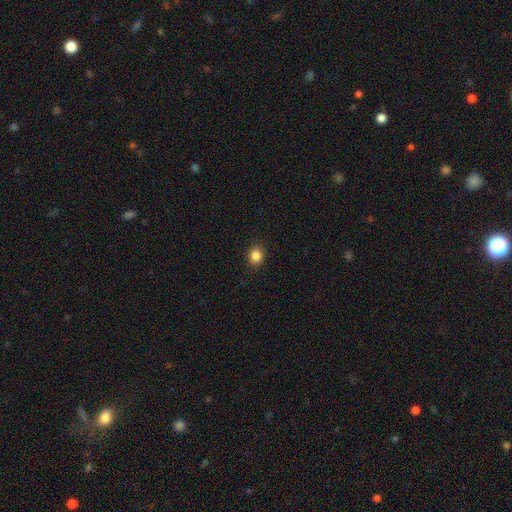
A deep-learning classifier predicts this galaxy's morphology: A smooth galaxy with no disk features (85%) that is round (70%). Merging: none (89%).